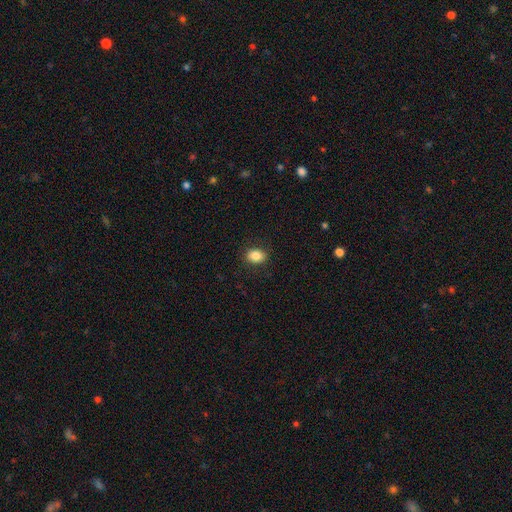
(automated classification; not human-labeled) smooth 85%, star or artifact 9%, featured or disk 6%. Down the decision tree: how rounded — in between (61%); merging — none (88%).